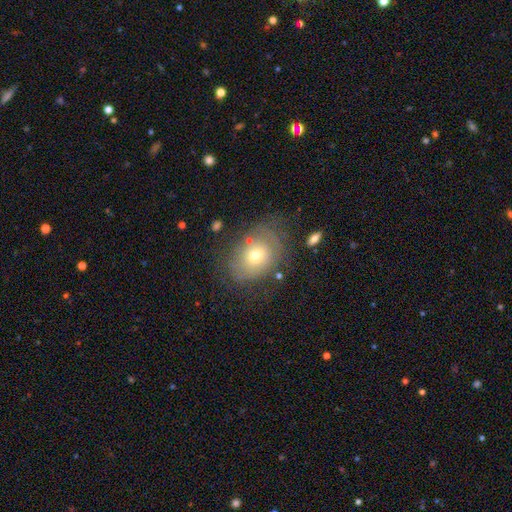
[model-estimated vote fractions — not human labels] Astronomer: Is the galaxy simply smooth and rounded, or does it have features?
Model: smooth — 61%.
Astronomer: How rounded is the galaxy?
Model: in between — 56% (runner-up: round, 43%).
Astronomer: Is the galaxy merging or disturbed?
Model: none — 61%.